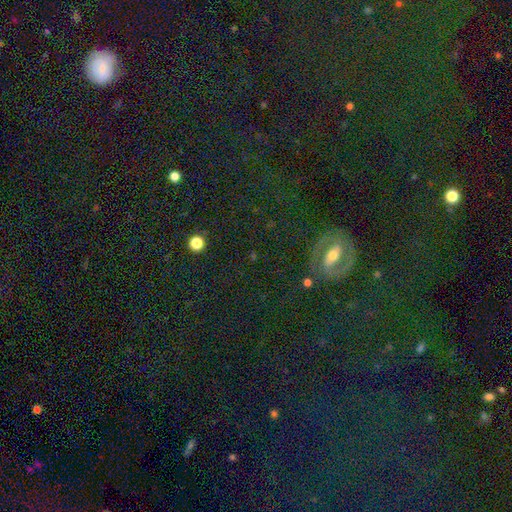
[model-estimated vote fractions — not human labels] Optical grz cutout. It shows a star or artifact, not a galaxy (64%).